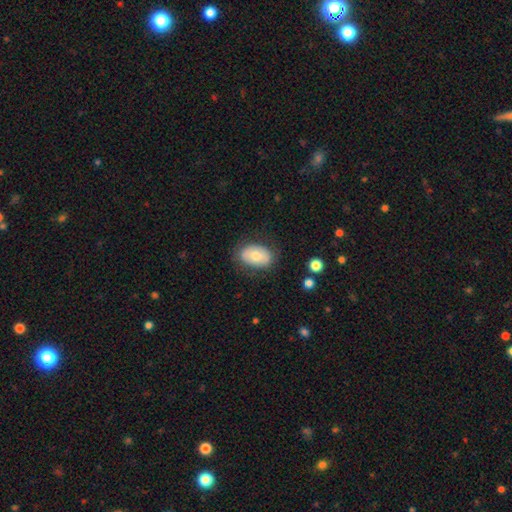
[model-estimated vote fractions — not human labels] Smooth or featured? smooth (69%)
How rounded? in between (88%)
Merging? none (79%)